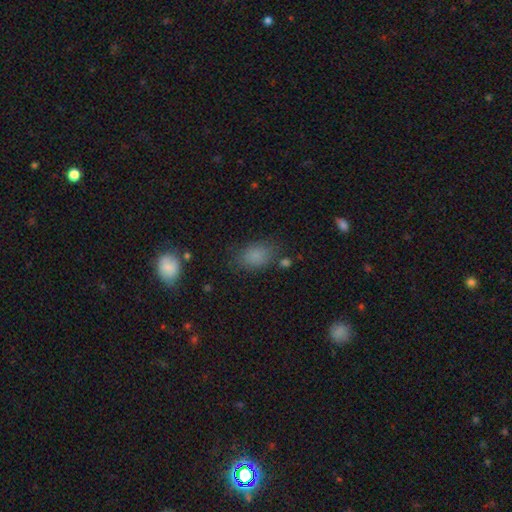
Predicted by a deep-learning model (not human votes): Overall: smooth (83%). How rounded: in between (81%). Merging: none (73%).